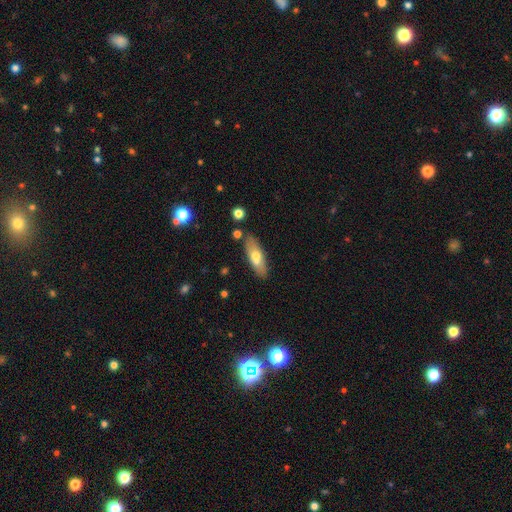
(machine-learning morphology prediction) A smooth galaxy with no disk features (62%) that is in between round and cigar-shaped (58%). Merging: none (74%).